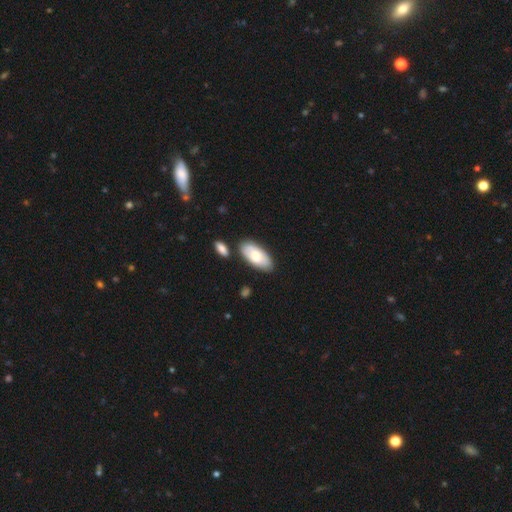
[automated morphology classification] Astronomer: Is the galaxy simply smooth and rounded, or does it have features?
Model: smooth — 69%.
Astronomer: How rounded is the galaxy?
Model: in between — 91%.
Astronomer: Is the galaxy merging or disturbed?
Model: none — 75%.